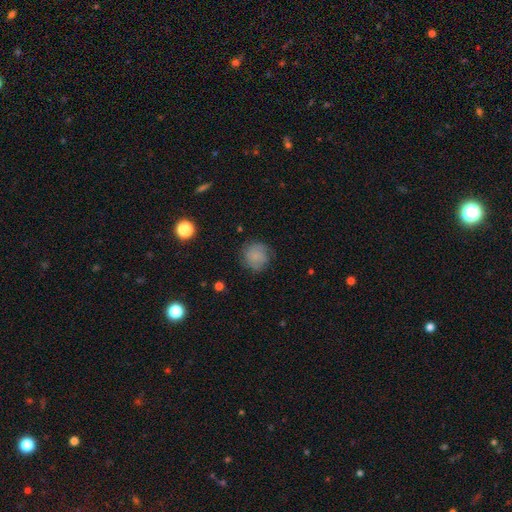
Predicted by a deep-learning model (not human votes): A smooth galaxy with no disk features (68%) that is round (89%).

Vote fractions:
- Smooth or featured? smooth: 68% / featured or disk: 22% / star or artifact: 10%
- How rounded? round: 89% / in between: 10% / cigar-shaped: 1%
- Merging? none: 71% / minor disturbance: 20% / major disturbance: 8% / merger: 1%